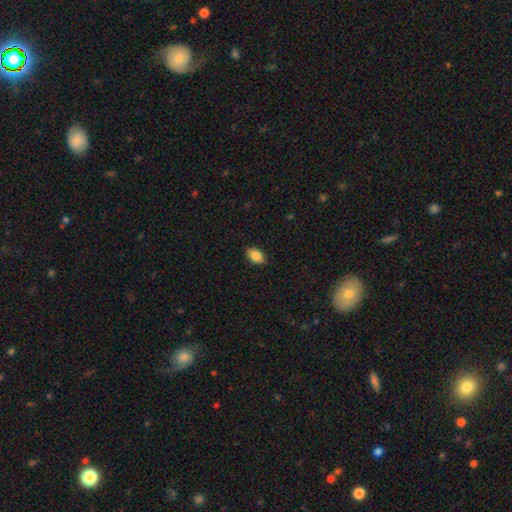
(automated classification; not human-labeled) Q: Smooth or featured?
A: smooth (87%); runner-up: star or artifact (8%)
Q: How rounded?
A: in between (88%); runner-up: round (11%)
Q: Merging?
A: none (89%); runner-up: minor disturbance (8%)